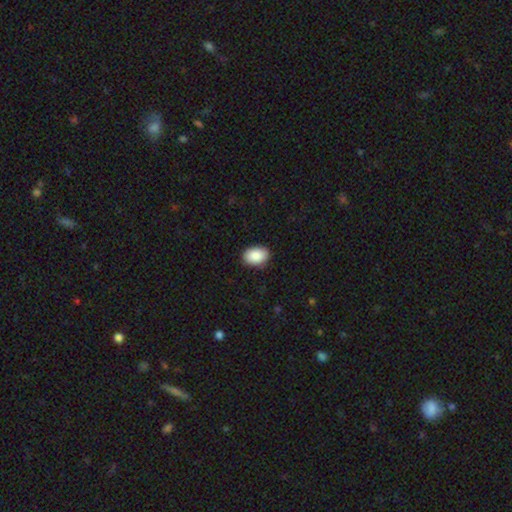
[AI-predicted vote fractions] Morphology: type=smooth (90%); roundness=in between (87%); merging=none (88%).